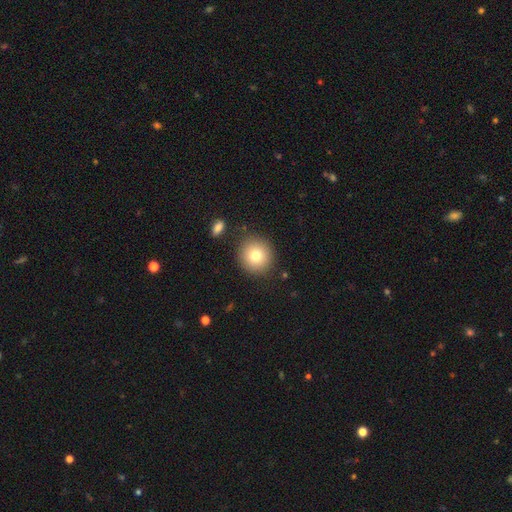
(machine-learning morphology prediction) Smooth or featured: smooth — 77% (featured or disk — 12%)
How rounded: round — 92% (in between — 7%)
Merging: none — 87% (minor disturbance — 8%)